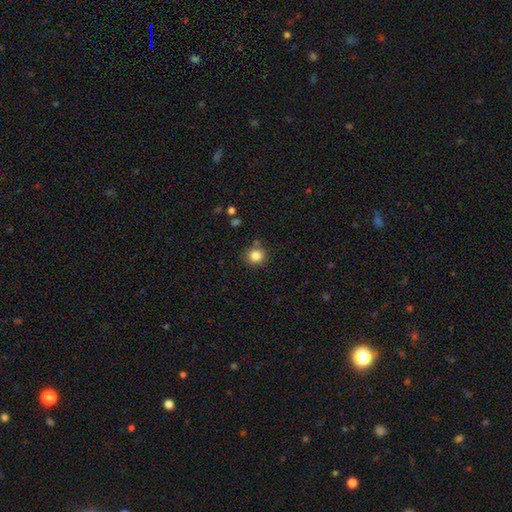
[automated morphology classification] smooth-or-featured: smooth: 84% | star or artifact: 11% | featured or disk: 5%
  how-rounded: round: 90% | in between: 9% | cigar-shaped: 1%
  merging: none: 85% | minor disturbance: 9% | merger: 4% | major disturbance: 2%